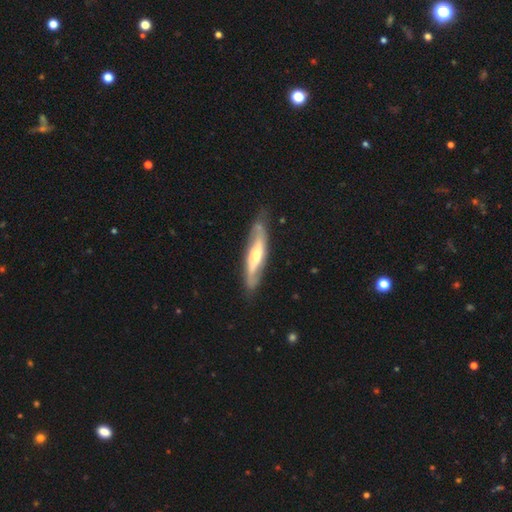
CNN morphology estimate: This appears to be a featured or disk galaxy (73%). Merging: none (78%).